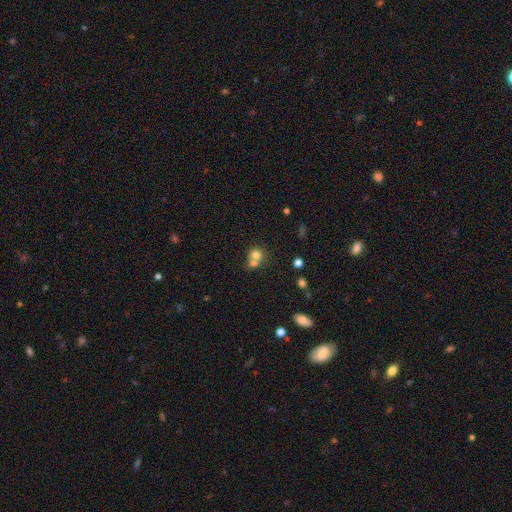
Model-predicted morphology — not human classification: Q: Smooth or featured?
A: smooth (73%); runner-up: featured or disk (14%)
Q: How rounded?
A: round (81%); runner-up: in between (18%)
Q: Merging?
A: merger (58%); runner-up: none (33%)